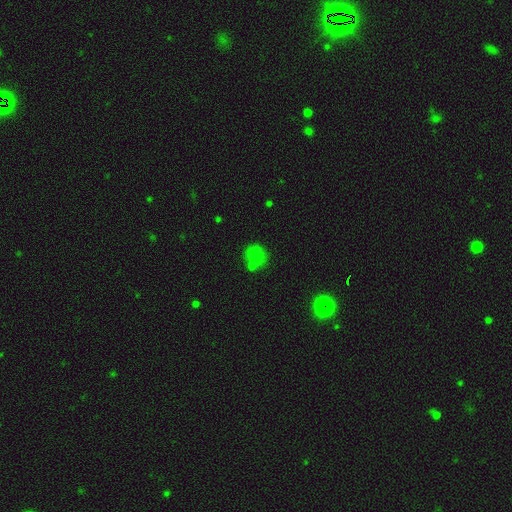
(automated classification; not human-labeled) smooth 73%, star or artifact 19%, featured or disk 8%. Down the decision tree: how rounded — round (81%); merging — none (65%).